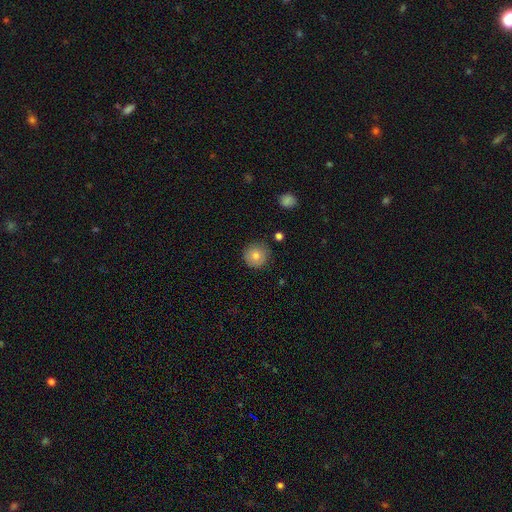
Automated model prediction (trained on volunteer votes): This is likely a smooth galaxy (78%). How rounded: clearly round (95%). Merging: clearly none (86%).